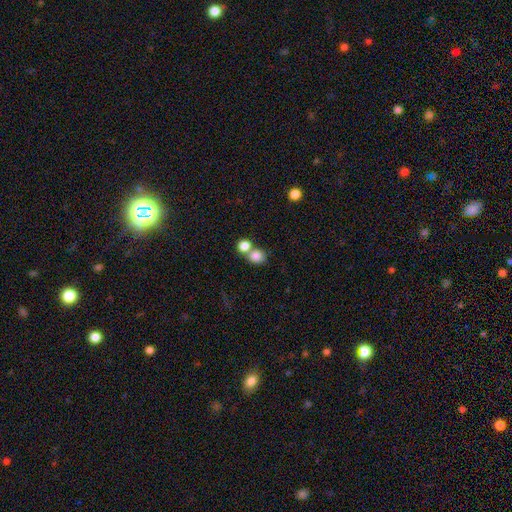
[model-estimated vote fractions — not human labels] This appears to be a smooth galaxy with no disk features (82%) that is round (70%). Merging: merger (52%).